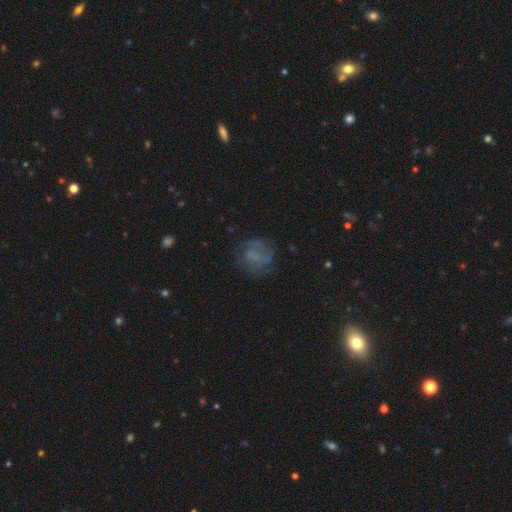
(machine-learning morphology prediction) Smooth or featured?
  - smooth: 47% *
  - featured or disk: 37%
  - star or artifact: 16%
Merging?
  - none: 62% *
  - minor disturbance: 20%
  - major disturbance: 16%
  - merger: 2%